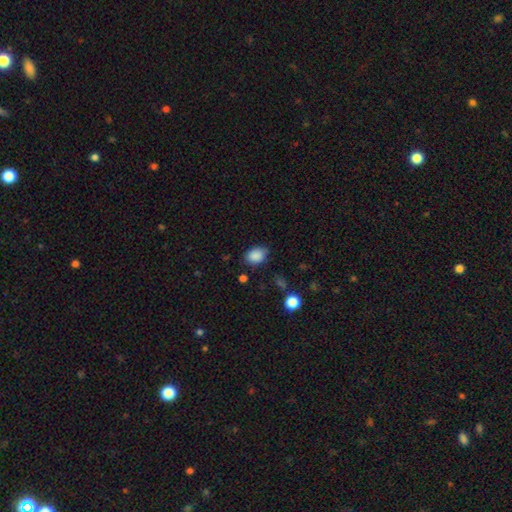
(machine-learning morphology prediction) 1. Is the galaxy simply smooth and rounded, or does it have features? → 87% smooth, 9% star or artifact, 4% featured or disk.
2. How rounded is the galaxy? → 71% in between, 28% round, 1% cigar-shaped.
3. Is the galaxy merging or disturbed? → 74% none, 20% minor disturbance, 4% major disturbance, 2% merger.